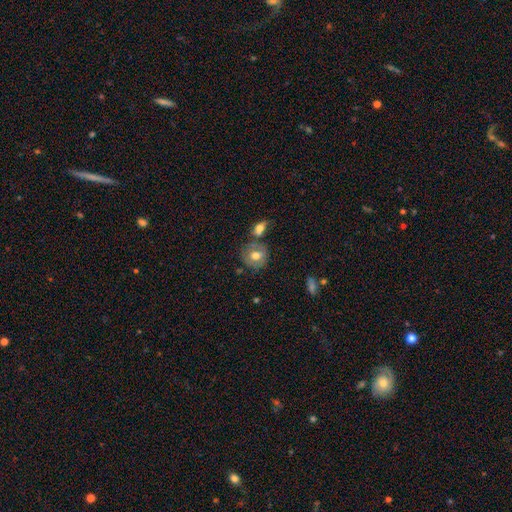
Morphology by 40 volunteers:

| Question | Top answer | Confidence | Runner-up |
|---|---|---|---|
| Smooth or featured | smooth | 75% | featured or disk (20%) |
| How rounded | round | 73% | in between (23%) |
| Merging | none | 53% | minor disturbance (24%) |